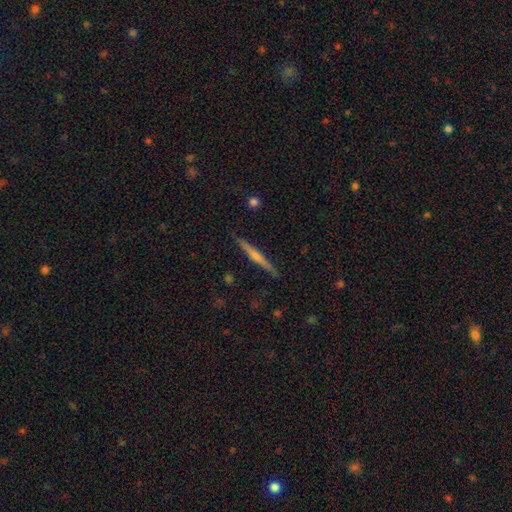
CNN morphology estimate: Smooth or featured: featured or disk — 65% (smooth — 29%)
Edge-on disk: yes — 98% (no — 2%)
Edge-on bulge: rounded — 69% (none — 23%)
Merging: none — 90% (minor disturbance — 7%)